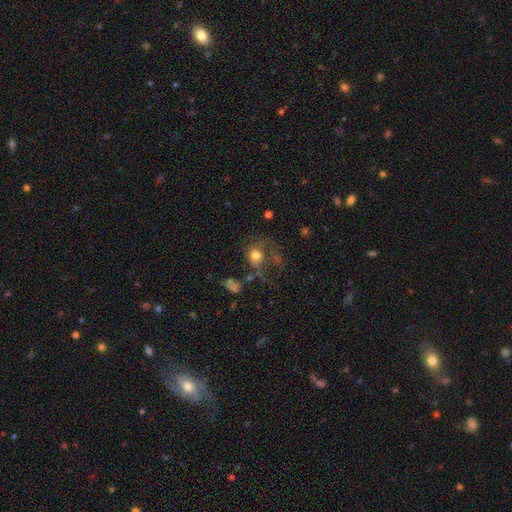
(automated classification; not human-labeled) Smooth or featured? smooth (67%)
How rounded? round (71%)
Merging? none (38%)